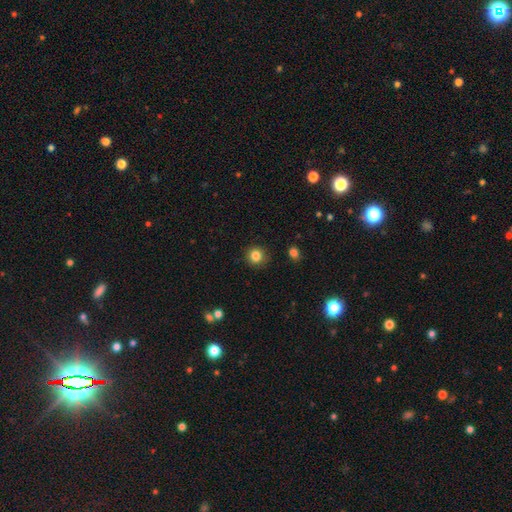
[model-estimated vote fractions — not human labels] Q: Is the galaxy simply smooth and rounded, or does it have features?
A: smooth — 84%.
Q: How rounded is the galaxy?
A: round — 91%.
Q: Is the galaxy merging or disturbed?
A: none — 89%.